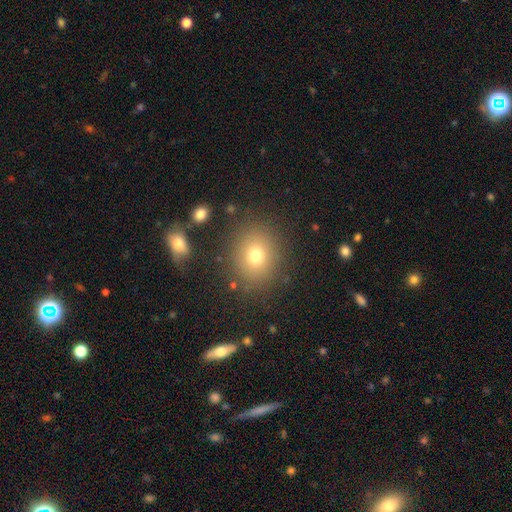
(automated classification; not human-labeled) The model was most divided on "how rounded": round: 68%, in between: 32%, cigar-shaped: 1%. More confident: merging — none (84%); smooth or featured — smooth (73%).